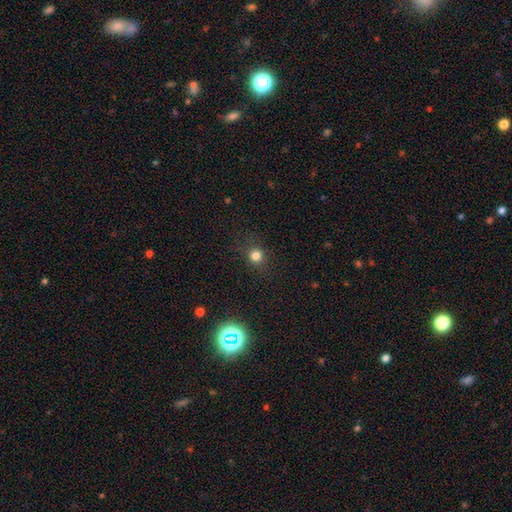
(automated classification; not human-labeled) The model was most divided on "smooth or featured": smooth: 76%, star or artifact: 18%, featured or disk: 6%. More confident: how rounded — round (88%); merging — none (83%).